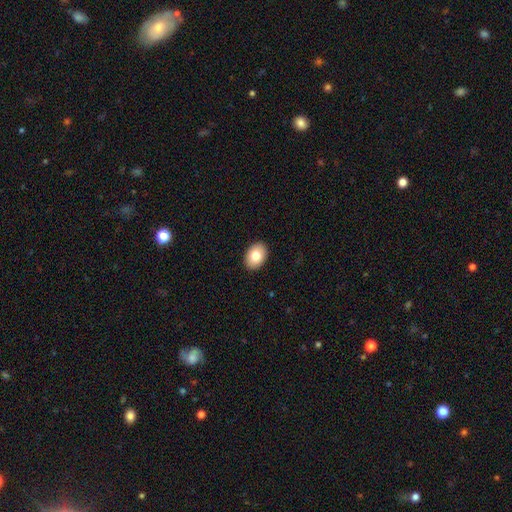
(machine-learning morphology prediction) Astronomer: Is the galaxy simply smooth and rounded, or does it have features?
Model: smooth — 81%.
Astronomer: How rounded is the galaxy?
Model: in between — 84%.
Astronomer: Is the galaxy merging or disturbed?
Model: none — 91%.